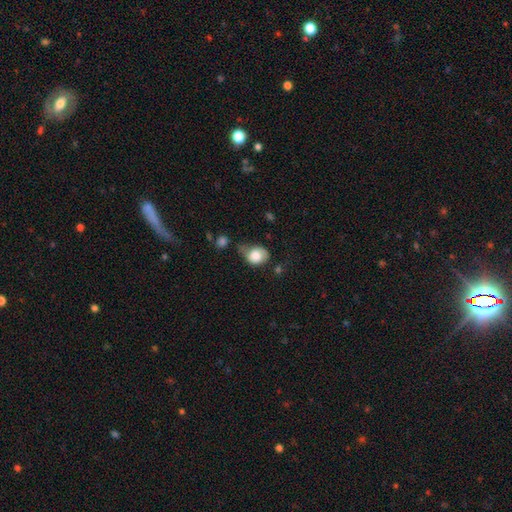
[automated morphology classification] This is likely a smooth galaxy (78%). How rounded: possibly round (52%). Merging: marginally minor disturbance (38%).